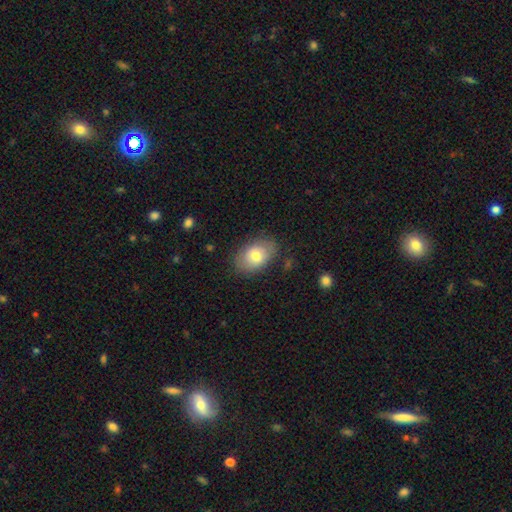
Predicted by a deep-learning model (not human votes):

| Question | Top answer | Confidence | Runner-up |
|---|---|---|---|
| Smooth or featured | smooth | 75% | featured or disk (17%) |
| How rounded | in between | 82% | round (17%) |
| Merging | none | 79% | minor disturbance (16%) |